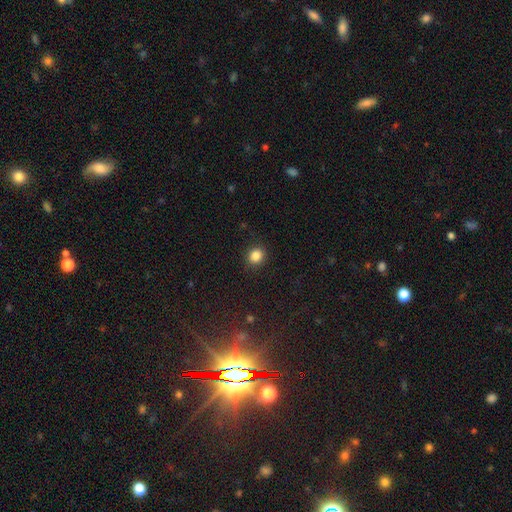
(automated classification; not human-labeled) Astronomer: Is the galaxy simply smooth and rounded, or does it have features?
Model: smooth — 85%.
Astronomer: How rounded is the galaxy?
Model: round — 79%.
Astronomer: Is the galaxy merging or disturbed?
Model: none — 90%.